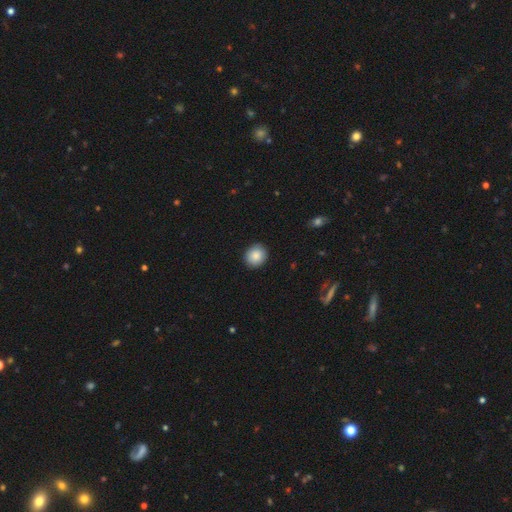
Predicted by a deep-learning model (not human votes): smooth 88%, star or artifact 8%, featured or disk 5%. Down the decision tree: how rounded — round (78%); merging — none (90%).